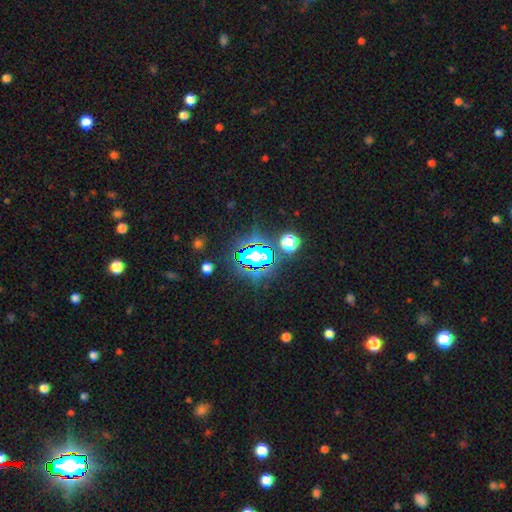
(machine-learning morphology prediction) Smooth or featured?
  - star or artifact: 69% *
  - smooth: 19%
  - featured or disk: 12%